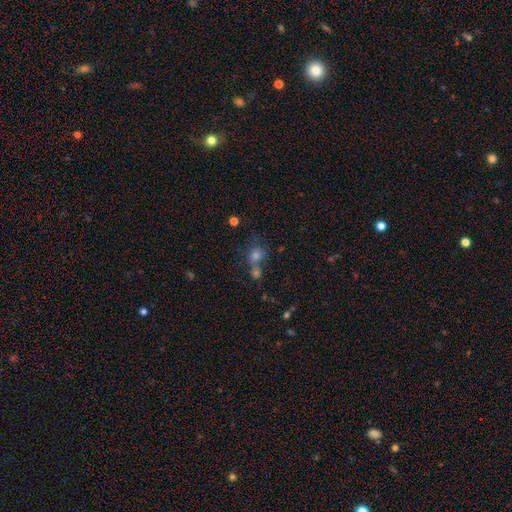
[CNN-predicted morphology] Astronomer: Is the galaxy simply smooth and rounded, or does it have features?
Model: smooth — 62%.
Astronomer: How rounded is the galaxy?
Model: round — 72%.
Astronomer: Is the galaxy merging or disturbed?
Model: none — 47% (runner-up: merger, 35%).